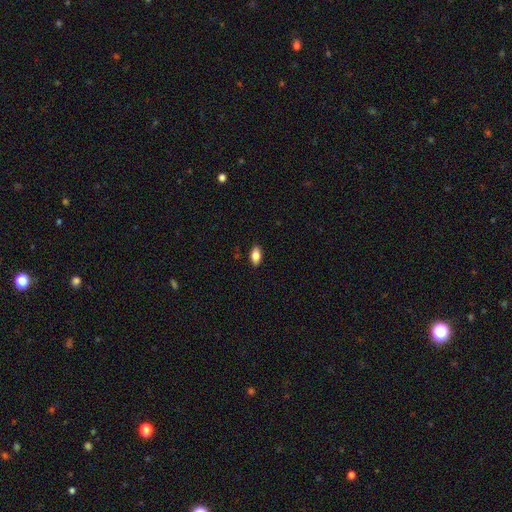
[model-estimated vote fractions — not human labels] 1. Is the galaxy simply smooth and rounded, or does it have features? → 83% smooth, 9% featured or disk, 8% star or artifact.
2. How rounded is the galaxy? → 90% in between, 6% cigar-shaped, 4% round.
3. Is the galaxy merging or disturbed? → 88% none, 9% minor disturbance, 2% major disturbance, 1% merger.